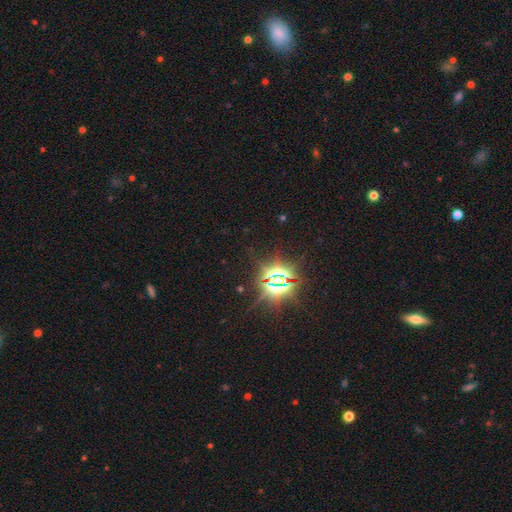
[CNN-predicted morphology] Smooth or featured?
  - star or artifact: 84% *
  - smooth: 9%
  - featured or disk: 7%